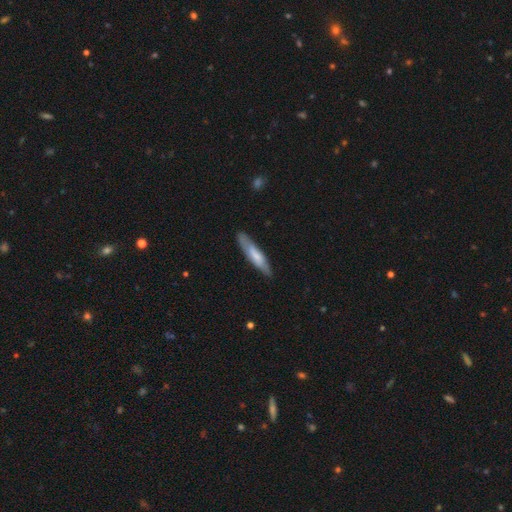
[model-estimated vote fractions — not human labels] Morphology: type=smooth (60%); roundness=cigar-shaped (79%); merging=none (80%).